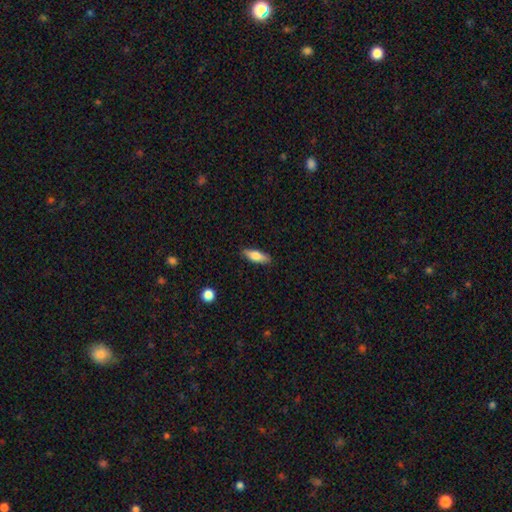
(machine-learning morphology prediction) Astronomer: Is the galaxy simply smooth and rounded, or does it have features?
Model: smooth — 74%.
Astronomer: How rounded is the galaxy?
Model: in between — 59% (runner-up: cigar-shaped, 39%).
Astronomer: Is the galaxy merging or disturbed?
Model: none — 87%.